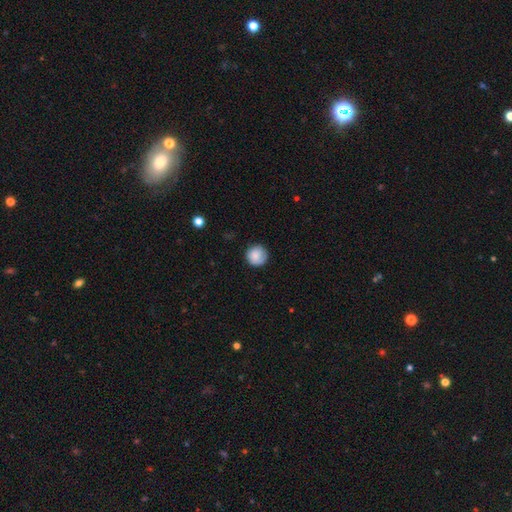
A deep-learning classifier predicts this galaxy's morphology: This is clearly a smooth galaxy (84%). How rounded: clearly round (94%). Merging: clearly none (84%).